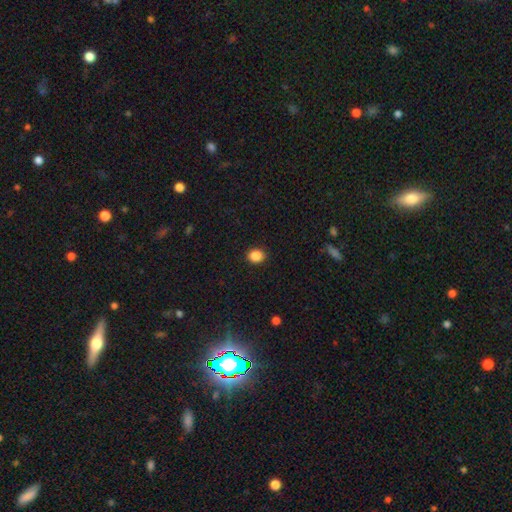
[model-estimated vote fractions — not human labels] A smooth galaxy with no disk features (87%) that is round (68%).

Vote fractions:
- Smooth or featured? smooth: 87% / star or artifact: 10% / featured or disk: 3%
- How rounded? round: 68% / in between: 31% / cigar-shaped: 1%
- Merging? none: 90% / minor disturbance: 7% / major disturbance: 2% / merger: 1%